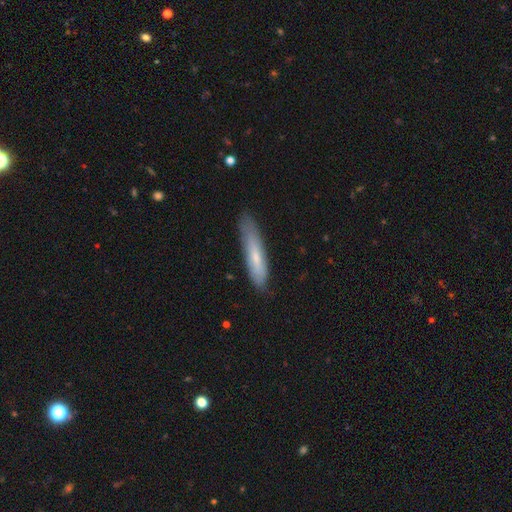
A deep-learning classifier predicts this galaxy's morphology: smooth-or-featured: smooth: 61% | featured or disk: 31% | star or artifact: 8%
  how-rounded: cigar-shaped: 87% | in between: 12% | round: 1%
  merging: none: 80% | minor disturbance: 16% | major disturbance: 3% | merger: 1%